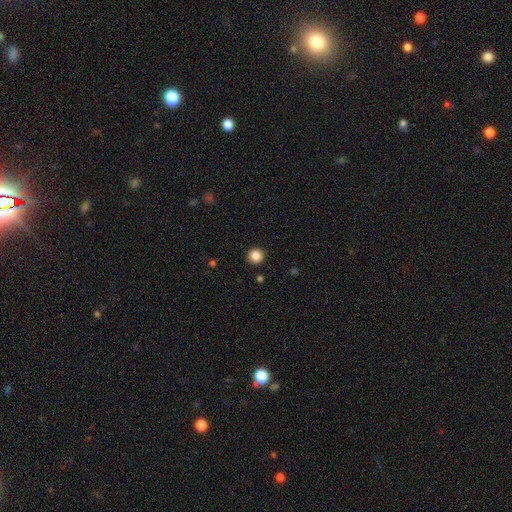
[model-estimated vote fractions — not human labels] The model was most divided on "smooth or featured": smooth: 86%, star or artifact: 11%, featured or disk: 3%. More confident: how rounded — round (94%); merging — none (92%).